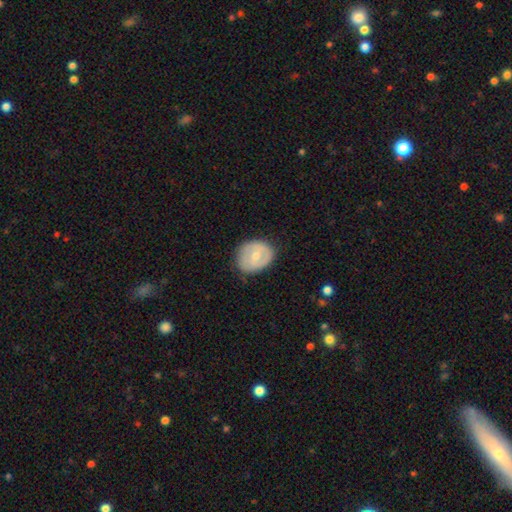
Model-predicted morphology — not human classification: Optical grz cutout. It shows a smooth galaxy with no disk features (49%). Merging: none (73%).